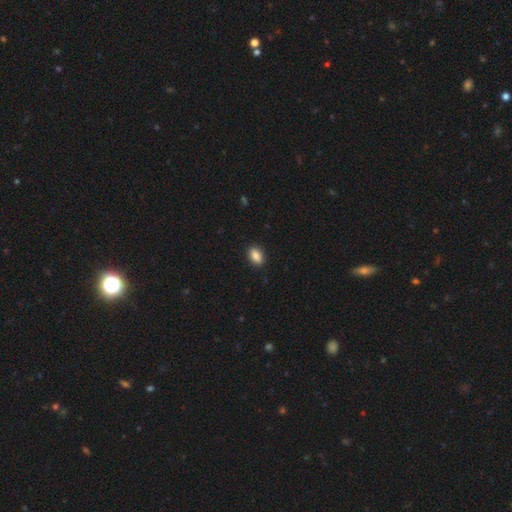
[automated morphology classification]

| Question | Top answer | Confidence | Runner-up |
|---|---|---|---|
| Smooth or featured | smooth | 88% | star or artifact (8%) |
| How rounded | in between | 89% | round (9%) |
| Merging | none | 90% | minor disturbance (7%) |